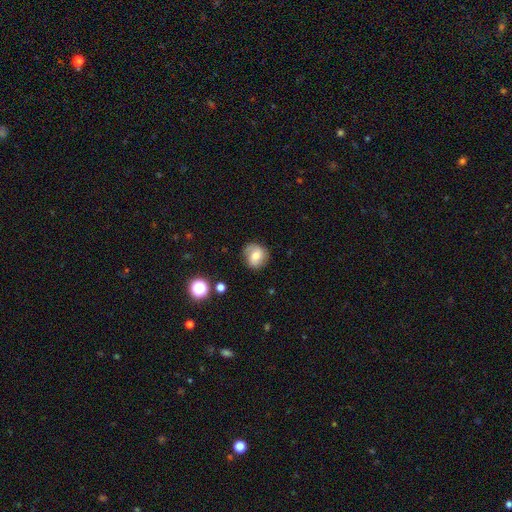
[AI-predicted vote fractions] Morphology: type=smooth (54%); roundness=round (78%); merging=none (68%).